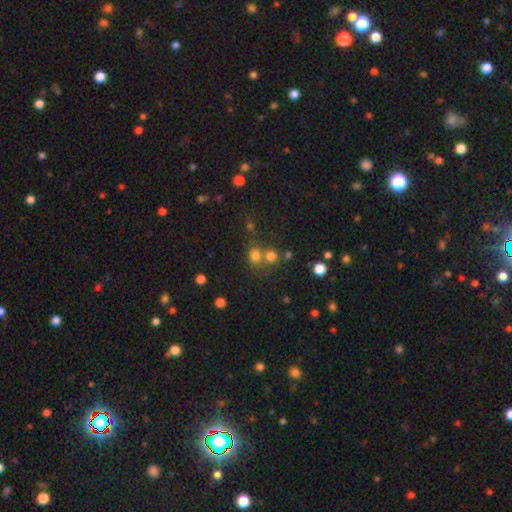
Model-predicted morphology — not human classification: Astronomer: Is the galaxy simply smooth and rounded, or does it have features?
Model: smooth — 73%.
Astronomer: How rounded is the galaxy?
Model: round — 80%.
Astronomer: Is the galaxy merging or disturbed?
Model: none — 51% (runner-up: merger, 37%).